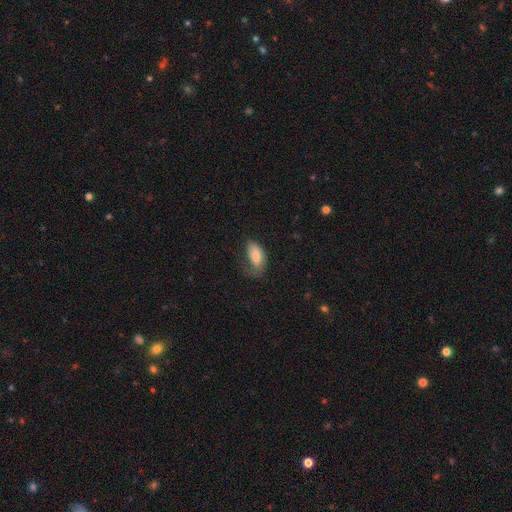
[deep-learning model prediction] smooth 79%, featured or disk 14%, star or artifact 6%. Down the decision tree: how rounded — in between (92%); merging — none (36%).